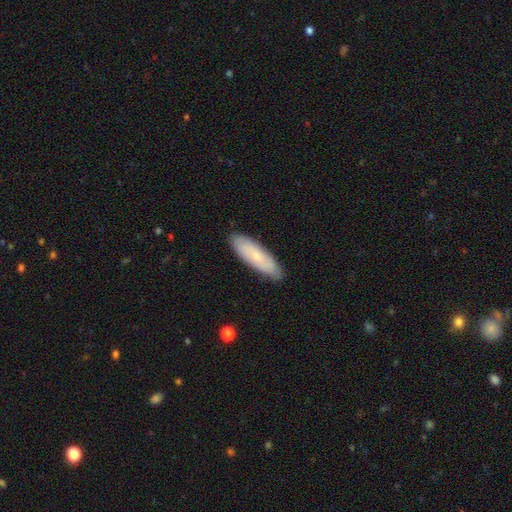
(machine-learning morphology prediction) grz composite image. It shows a smooth galaxy with no disk features (64%) that is in between round and cigar-shaped (49%, tied with cigar-shaped). Merging: none (87%).